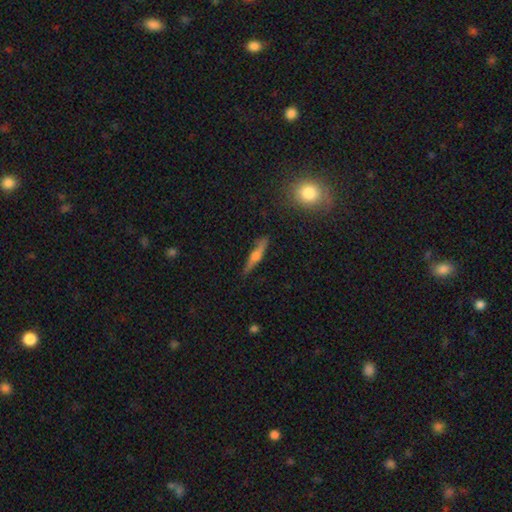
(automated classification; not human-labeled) This appears to be a featured or disk galaxy (57%) viewed edge-on (94%) with a rounded central bulge (84%). Merging: none (84%).